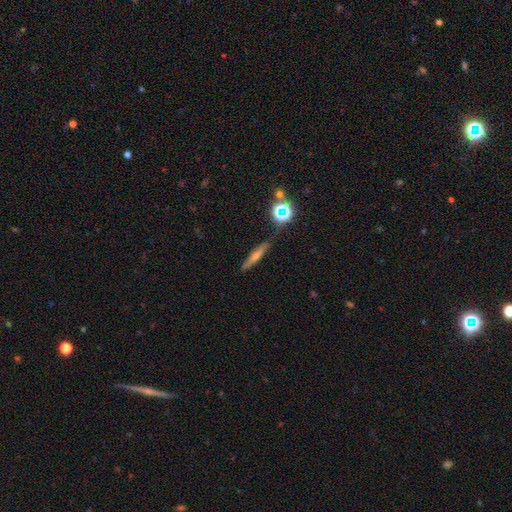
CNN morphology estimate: Overall: featured or disk (43%; smooth 40%). Merging: none (82%).